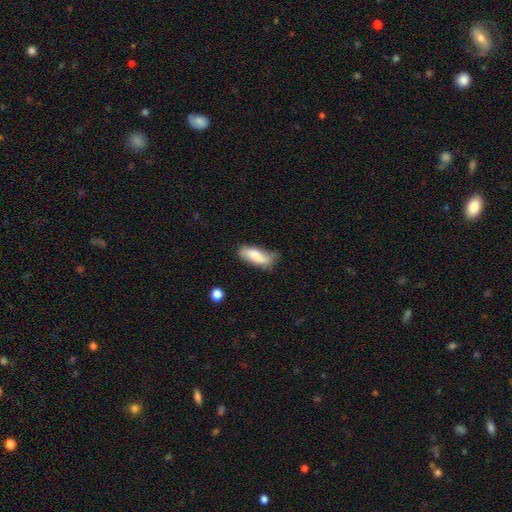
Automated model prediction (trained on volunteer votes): A smooth galaxy with no disk features (78%) that is in between round and cigar-shaped (71%). Merging: none (47%).